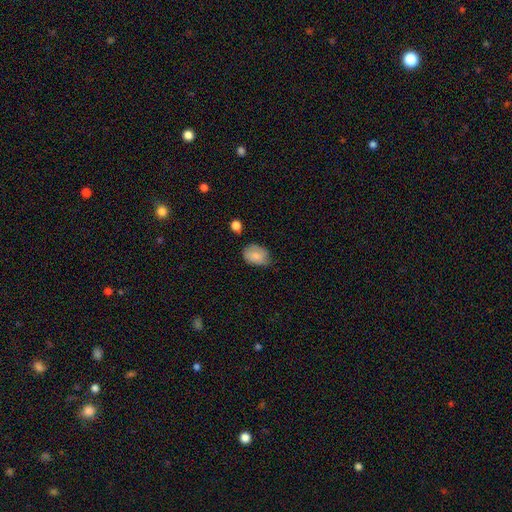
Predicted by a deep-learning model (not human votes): Smooth or featured?
  - smooth: 81% *
  - featured or disk: 12%
  - star or artifact: 7%
How rounded?
  - in between: 78% *
  - round: 20%
  - cigar-shaped: 1%
Merging?
  - none: 60% *
  - minor disturbance: 31%
  - major disturbance: 6%
  - merger: 2%